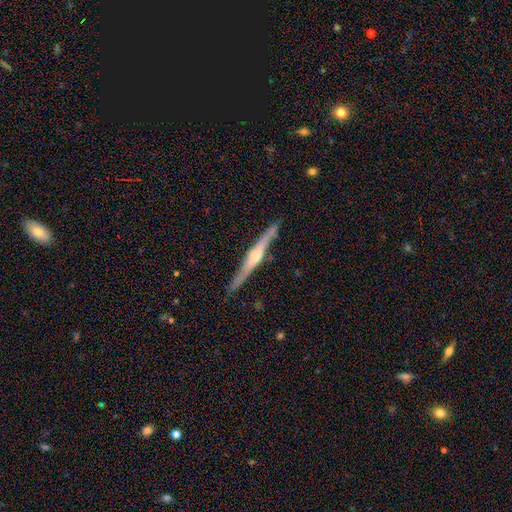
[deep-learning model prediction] Smooth or featured: featured or disk — 81% (smooth — 14%)
Edge-on disk: yes — 97% (no — 3%)
Edge-on bulge: rounded — 83% (none — 9%)
Merging: none — 87% (minor disturbance — 10%)